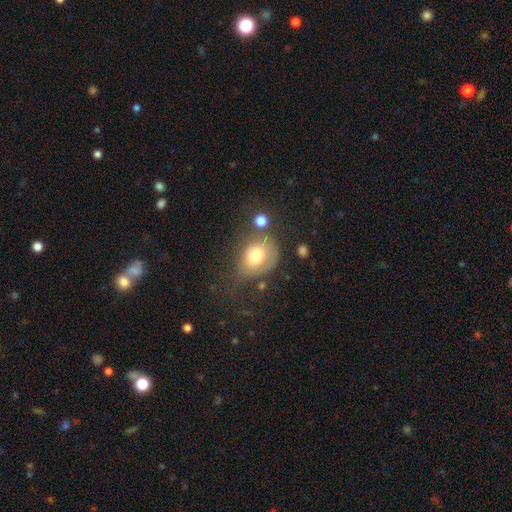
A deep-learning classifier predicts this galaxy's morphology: Smooth or featured? Predicted: smooth (p=0.71). How rounded? Predicted: in between (p=0.55). Merging? Predicted: none (p=0.43).